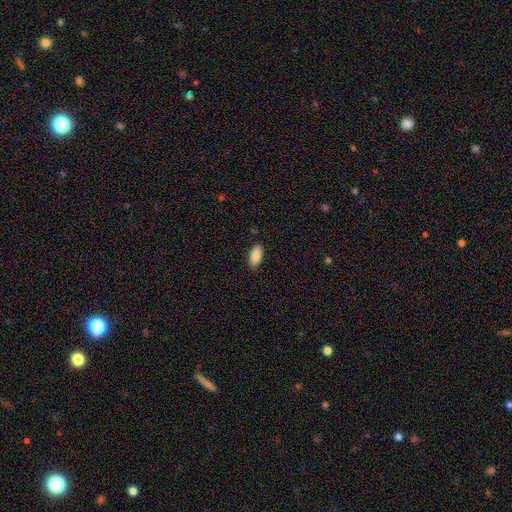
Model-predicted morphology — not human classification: A smooth galaxy with no disk features (88%) that is in between round and cigar-shaped (88%).

Vote fractions:
- Smooth or featured? smooth: 88% / star or artifact: 6% / featured or disk: 6%
- How rounded? in between: 88% / cigar-shaped: 10% / round: 2%
- Merging? none: 86% / minor disturbance: 11% / major disturbance: 2% / merger: 1%